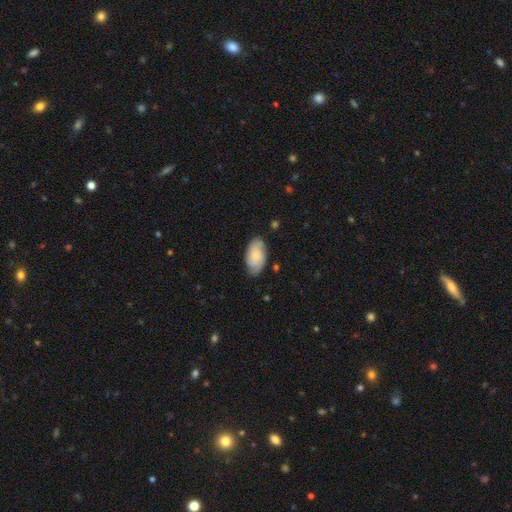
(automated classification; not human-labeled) Q: Smooth or featured?
A: smooth (68%); runner-up: featured or disk (25%)
Q: How rounded?
A: in between (94%); runner-up: round (4%)
Q: Merging?
A: none (74%); runner-up: minor disturbance (21%)